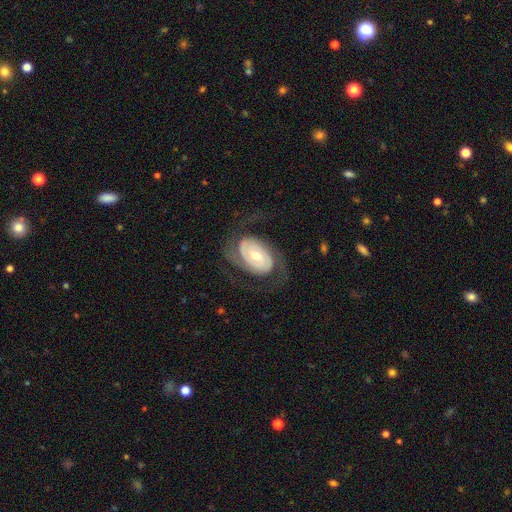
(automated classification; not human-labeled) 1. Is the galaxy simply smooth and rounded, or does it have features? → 84% featured or disk, 11% smooth, 5% star or artifact.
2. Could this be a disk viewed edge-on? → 96% no, 4% yes.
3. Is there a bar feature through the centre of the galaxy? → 53% no, 32% weak, 15% strong.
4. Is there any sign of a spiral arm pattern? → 92% yes, 8% no.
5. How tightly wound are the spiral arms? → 39% tight (tied), 39% medium (tied), 22% loose.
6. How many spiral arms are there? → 82% 2, 8% can't tell, 3% 3, 3% 1, 1% 4, 1% more than 4.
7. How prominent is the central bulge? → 57% moderate, 36% small, 4% large, 1% dominant, 1% none.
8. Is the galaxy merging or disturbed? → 69% none, 16% major disturbance, 13% minor disturbance, 1% merger.